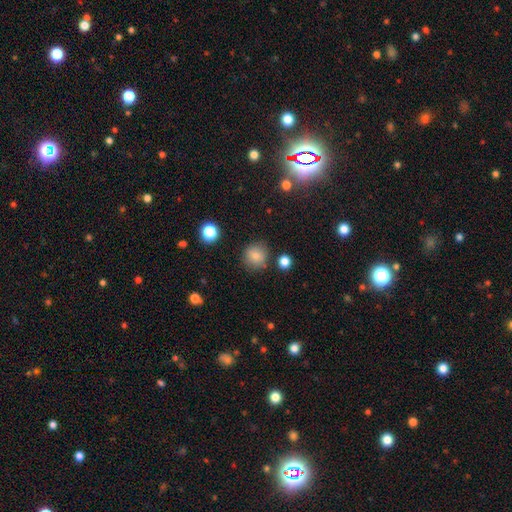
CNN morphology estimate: Smooth or featured?
  - smooth: 82% *
  - star or artifact: 11%
  - featured or disk: 7%
How rounded?
  - round: 90% *
  - in between: 9%
  - cigar-shaped: 1%
Merging?
  - none: 82% *
  - minor disturbance: 11%
  - merger: 4%
  - major disturbance: 3%